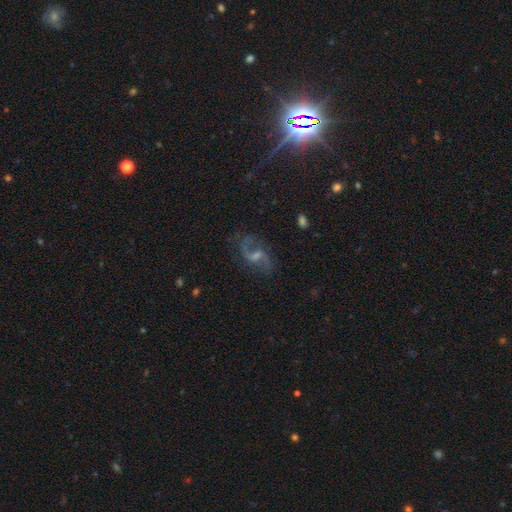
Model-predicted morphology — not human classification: featured or disk 80%, star or artifact 12%, smooth 8%. Down the decision tree: edge-on disk — no (97%); bar — weak (54%); spiral arms — yes (95%); spiral arm count — 2 (90%); spiral winding — loose (52%); bulge size — moderate (41%); merging — none (75%).